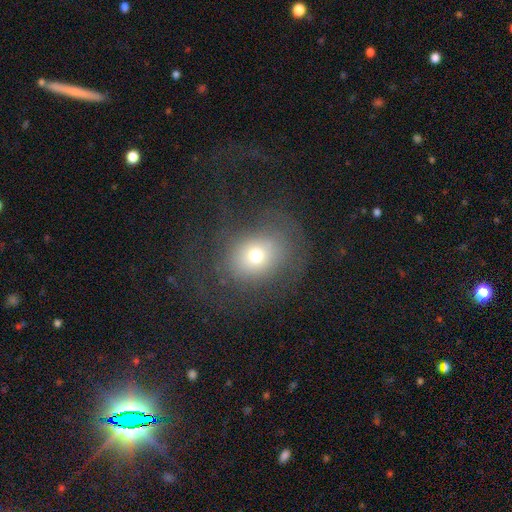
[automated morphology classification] Q: Smooth or featured?
A: smooth (63%); runner-up: featured or disk (23%)
Q: How rounded?
A: round (61%); runner-up: in between (38%)
Q: Merging?
A: none (59%); runner-up: major disturbance (23%)